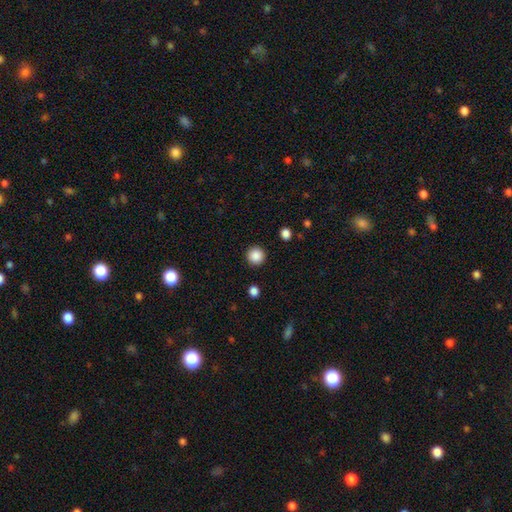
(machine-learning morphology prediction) A smooth galaxy with no disk features (88%) that is round (96%). Merging: none (92%).